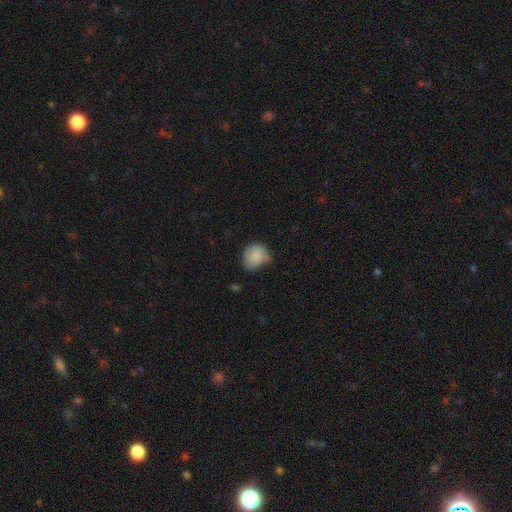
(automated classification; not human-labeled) smooth-or-featured: smooth: 84% | featured or disk: 9% | star or artifact: 8%
  how-rounded: round: 64% | in between: 35% | cigar-shaped: 1%
  merging: none: 54% | minor disturbance: 35% | major disturbance: 8% | merger: 2%